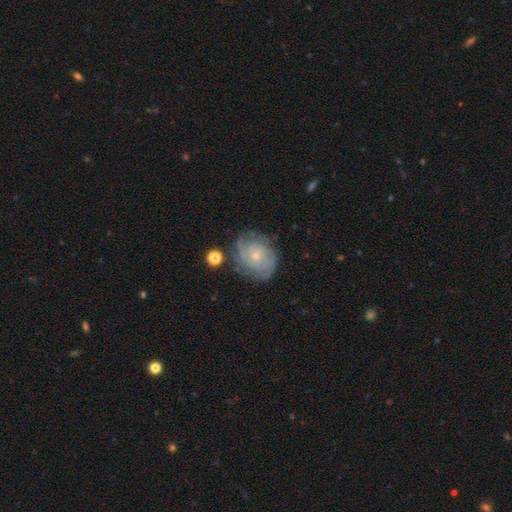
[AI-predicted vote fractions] Morphology: type=featured or disk (73%); edge-on=no (97%); bar=no (82%); spiral arms=yes (88%); winding=tight (65%); arm count=can't tell (43%); bulge=small (75%); merging=none (68%).